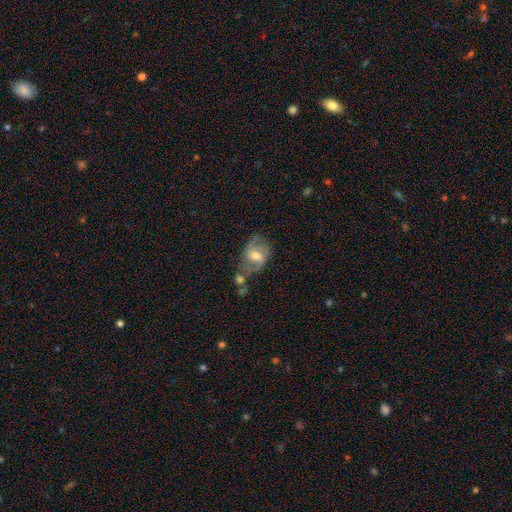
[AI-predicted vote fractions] smooth_or_featured: featured or disk (p=0.69) [alt: smooth p=0.24]
disk_edge_on: no (p=0.96) [alt: yes p=0.04]
bar: weak (p=0.52) [alt: no p=0.27]
has_spiral_arms: yes (p=0.84) [alt: no p=0.16]
spiral_winding: medium (p=0.46) [alt: loose p=0.36]
spiral_arm_count: 2 (p=0.81) [alt: can't tell p=0.10]
bulge_size: moderate (p=0.68) [alt: small p=0.22]
merging: none (p=0.49) [alt: minor disturbance p=0.22]